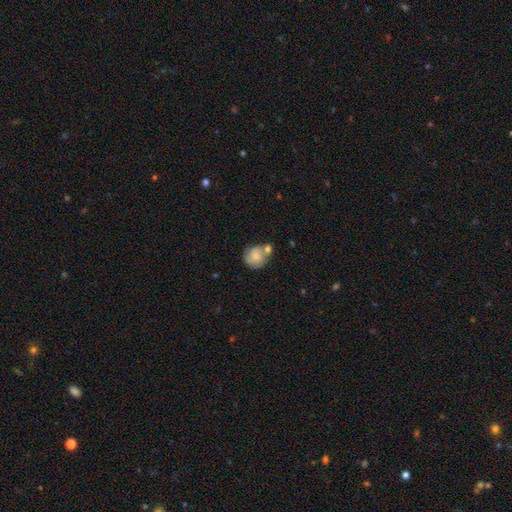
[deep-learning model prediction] Smooth or featured? Predicted: smooth (p=0.67). How rounded? Predicted: round (p=0.78). Merging? Predicted: none (p=0.38).